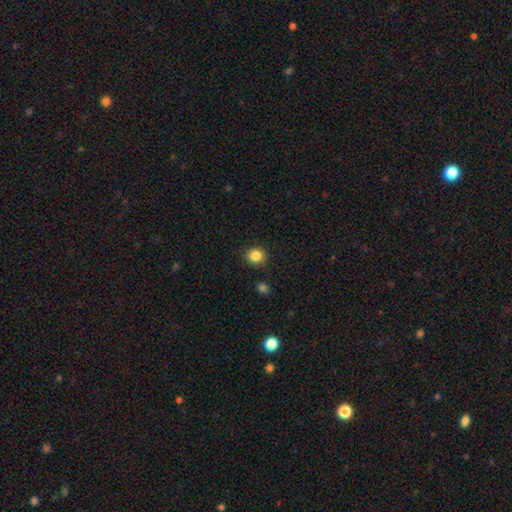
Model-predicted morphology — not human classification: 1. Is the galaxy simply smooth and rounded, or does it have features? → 85% smooth, 10% star or artifact, 5% featured or disk.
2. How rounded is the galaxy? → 81% round, 18% in between, 1% cigar-shaped.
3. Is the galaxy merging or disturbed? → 89% none, 7% minor disturbance, 2% major disturbance, 2% merger.